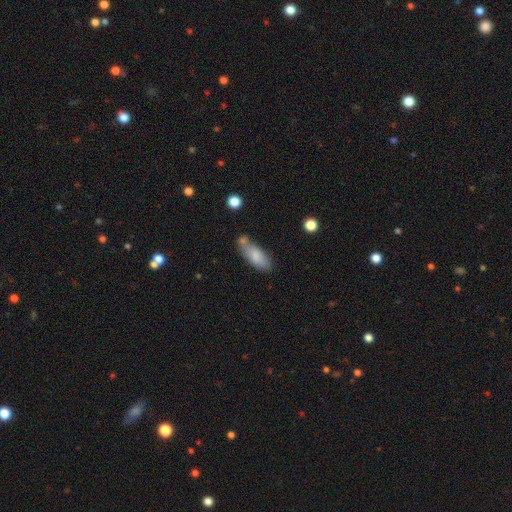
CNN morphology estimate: Smooth or featured? Predicted: smooth (p=0.79). How rounded? Predicted: in between (p=0.74). Merging? Predicted: none (p=0.52).